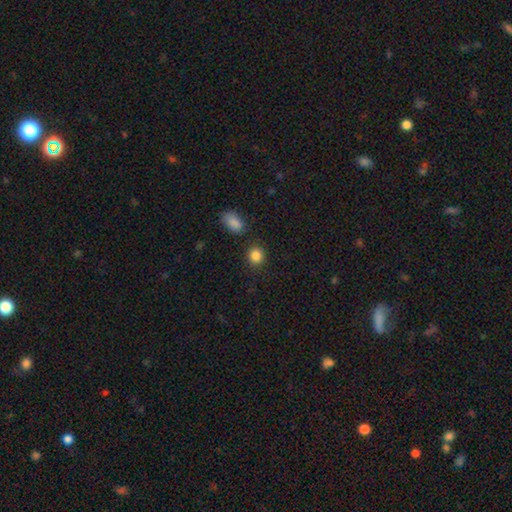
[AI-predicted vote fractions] Smooth or featured? Predicted: smooth (p=0.86). How rounded? Predicted: round (p=0.81). Merging? Predicted: none (p=0.86).